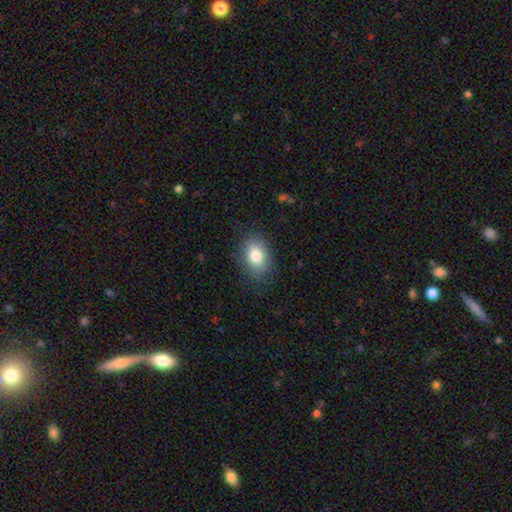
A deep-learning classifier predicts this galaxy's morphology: This appears to be a smooth galaxy with no disk features (80%) that is in between round and cigar-shaped (75%). Merging: none (83%).